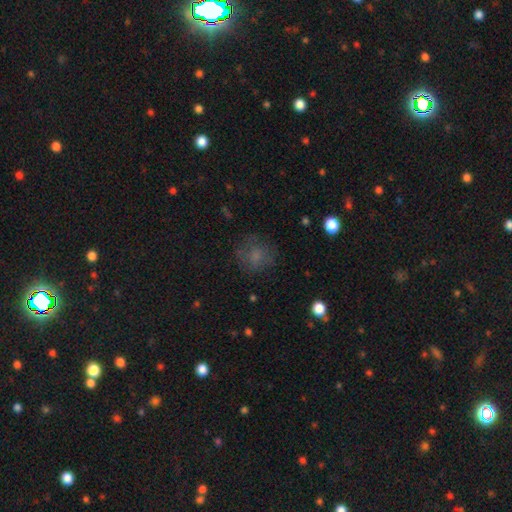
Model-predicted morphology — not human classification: Smooth or featured? smooth (69%)
How rounded? round (80%)
Merging? none (68%)